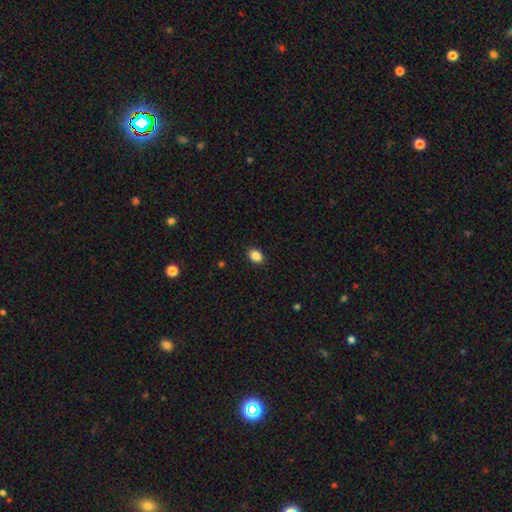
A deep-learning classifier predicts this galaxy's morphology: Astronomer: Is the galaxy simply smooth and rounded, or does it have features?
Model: smooth — 88%.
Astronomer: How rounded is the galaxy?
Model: in between — 78%.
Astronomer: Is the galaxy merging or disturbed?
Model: none — 90%.